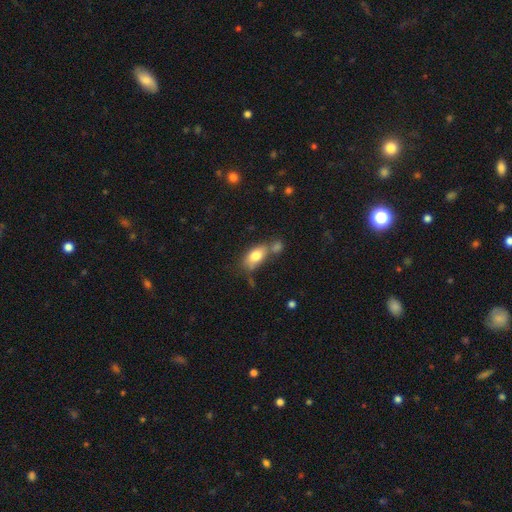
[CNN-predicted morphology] Smooth or featured: smooth — 77% (featured or disk — 15%)
How rounded: in between — 88% (round — 6%)
Merging: none — 47% (merger — 27%)